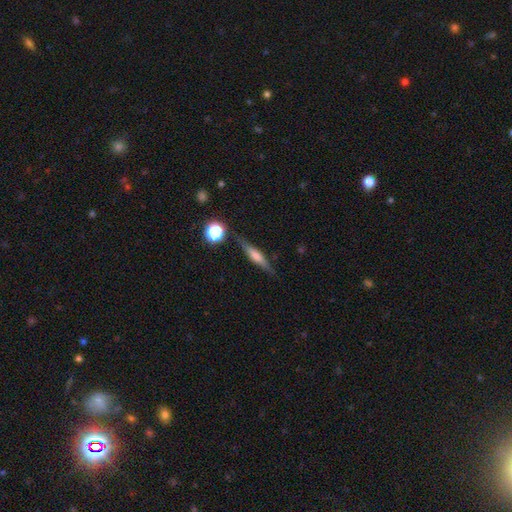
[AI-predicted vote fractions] Smooth or featured?
  - featured or disk: 50% *
  - smooth: 41%
  - star or artifact: 9%
Edge-on disk?
  - yes: 94% *
  - no: 6%
Merging?
  - none: 83% *
  - minor disturbance: 11%
  - major disturbance: 3%
  - merger: 3%